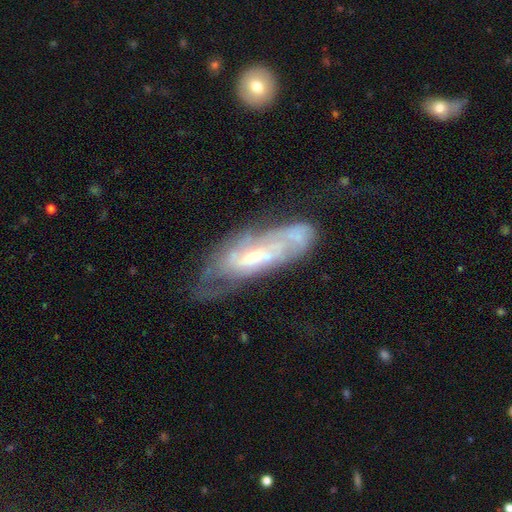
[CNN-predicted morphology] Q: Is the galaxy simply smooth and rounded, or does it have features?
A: featured or disk — 71%.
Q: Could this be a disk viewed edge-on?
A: no — 84%.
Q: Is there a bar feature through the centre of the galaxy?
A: no — 52%.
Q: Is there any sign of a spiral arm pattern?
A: yes — 72%.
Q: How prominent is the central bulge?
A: small — 56%.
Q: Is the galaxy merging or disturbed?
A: none — 48%.